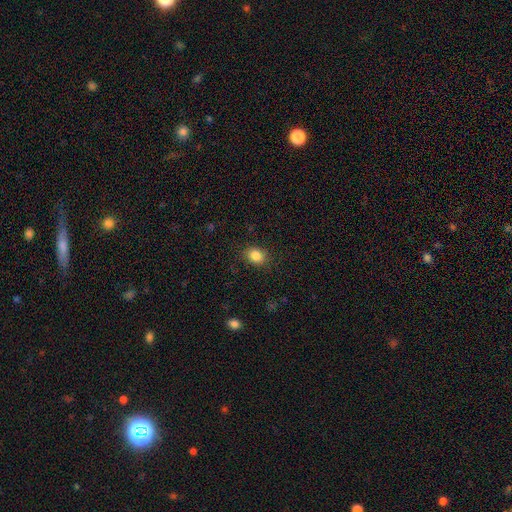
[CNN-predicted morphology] smooth-or-featured: smooth: 85% | star or artifact: 10% | featured or disk: 5%
  how-rounded: round: 54% | in between: 45% | cigar-shaped: 1%
  merging: none: 85% | minor disturbance: 11% | major disturbance: 3% | merger: 1%